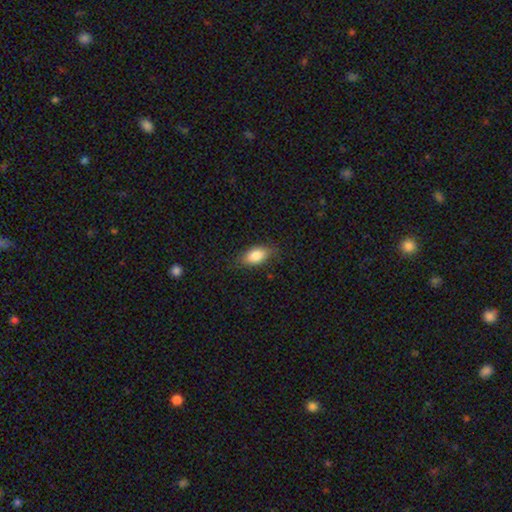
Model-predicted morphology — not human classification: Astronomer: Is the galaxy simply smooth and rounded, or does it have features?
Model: smooth — 84%.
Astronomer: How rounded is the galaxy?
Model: in between — 89%.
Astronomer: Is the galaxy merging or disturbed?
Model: none — 80%.